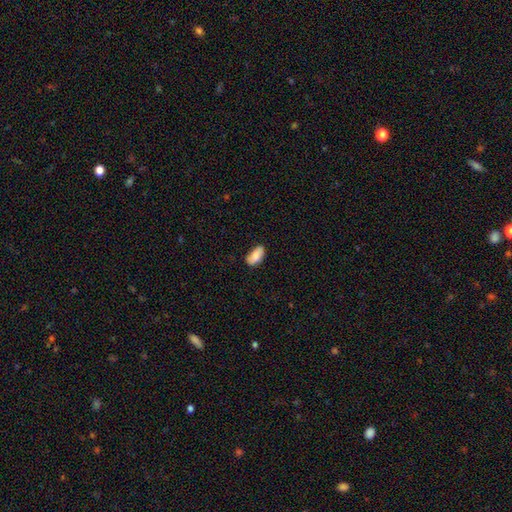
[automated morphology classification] Smooth or featured?
  - smooth: 82% *
  - featured or disk: 12%
  - star or artifact: 7%
How rounded?
  - in between: 94% *
  - cigar-shaped: 3%
  - round: 3%
Merging?
  - none: 77% *
  - minor disturbance: 19%
  - major disturbance: 3%
  - merger: 1%